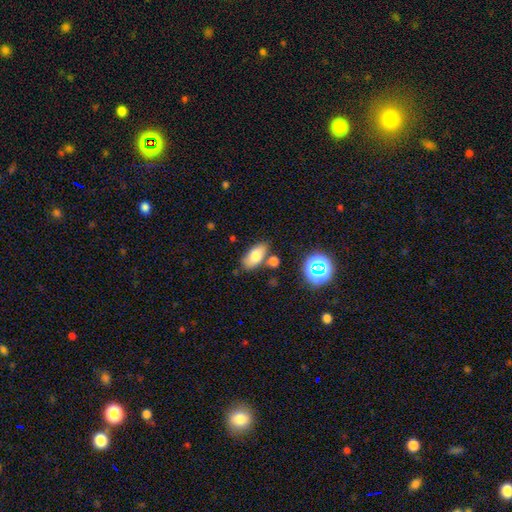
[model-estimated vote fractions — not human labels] Smooth or featured: smooth — 76% (featured or disk — 13%)
How rounded: in between — 89% (cigar-shaped — 6%)
Merging: none — 72% (minor disturbance — 14%)